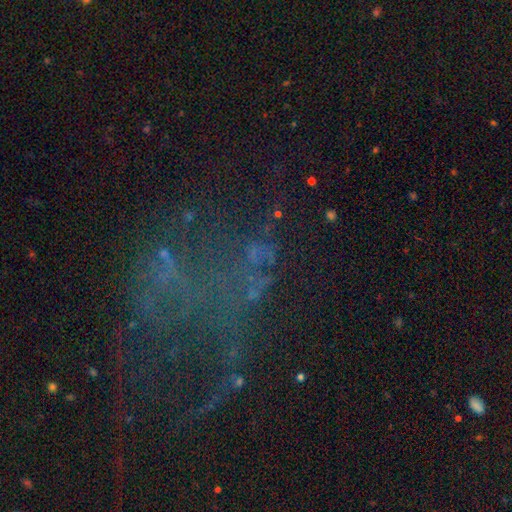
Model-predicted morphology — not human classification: Smooth or featured? Predicted: star or artifact (p=0.46).